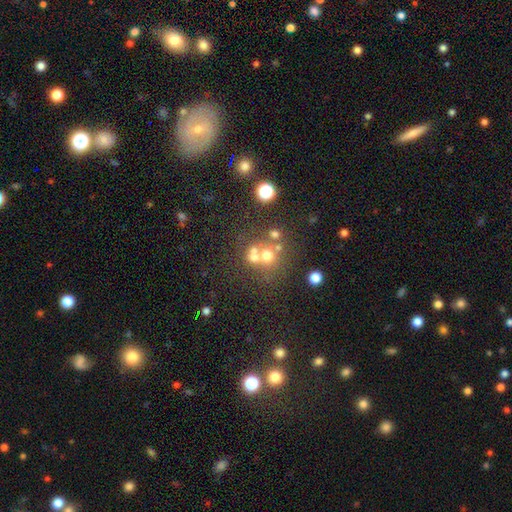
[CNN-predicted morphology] Smooth or featured? Predicted: smooth (p=0.53). How rounded? Predicted: round (p=0.85). Merging? Predicted: none (p=0.51).